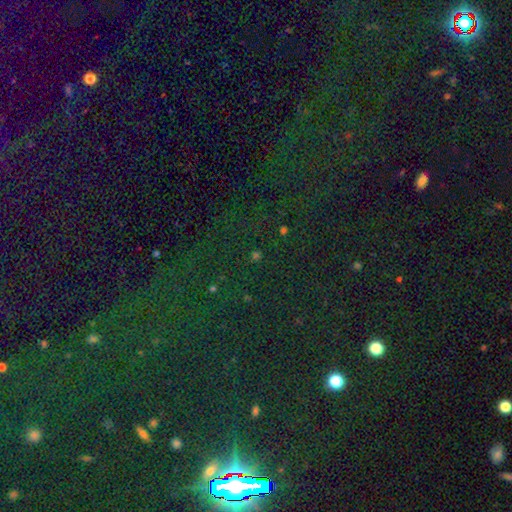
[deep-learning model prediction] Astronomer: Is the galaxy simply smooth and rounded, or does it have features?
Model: star or artifact — 68%.